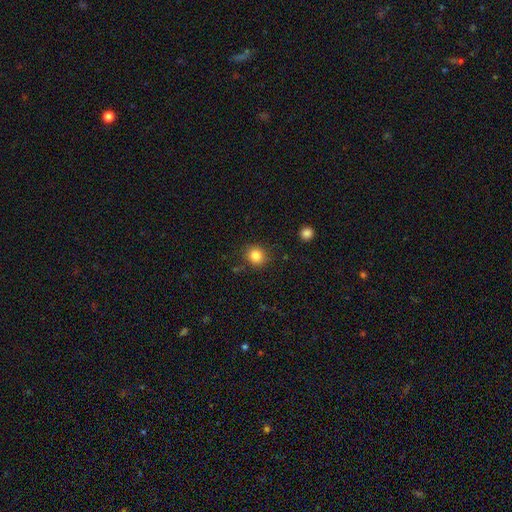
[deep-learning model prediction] smooth_or_featured: smooth (p=0.84) [alt: star or artifact p=0.11]
how_rounded: round (p=0.87) [alt: in between p=0.12]
merging: none (p=0.85) [alt: minor disturbance p=0.09]